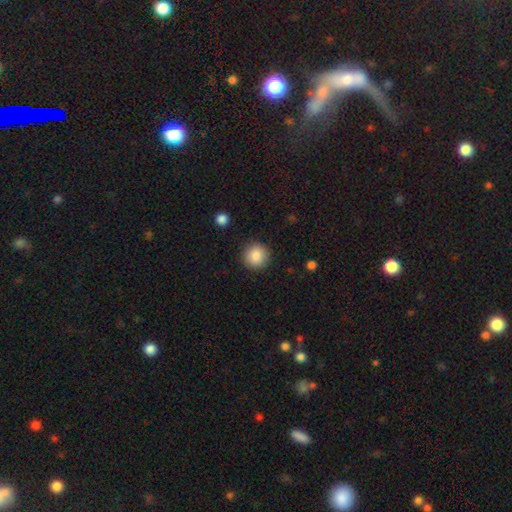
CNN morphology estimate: Overall: smooth (87%). How rounded: round (94%). Merging: none (91%).